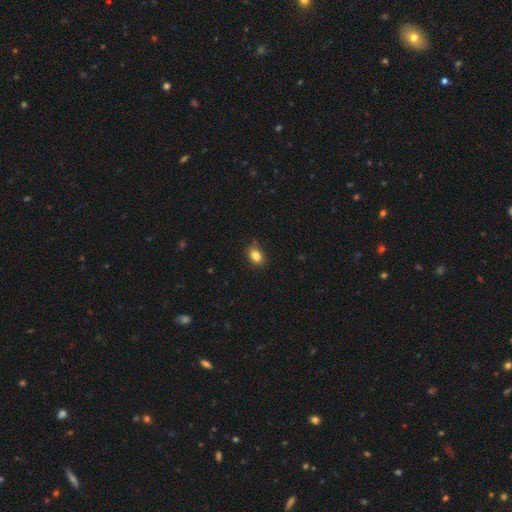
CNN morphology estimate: Smooth or featured? Predicted: smooth (p=0.84). How rounded? Predicted: in between (p=0.79). Merging? Predicted: none (p=0.77).